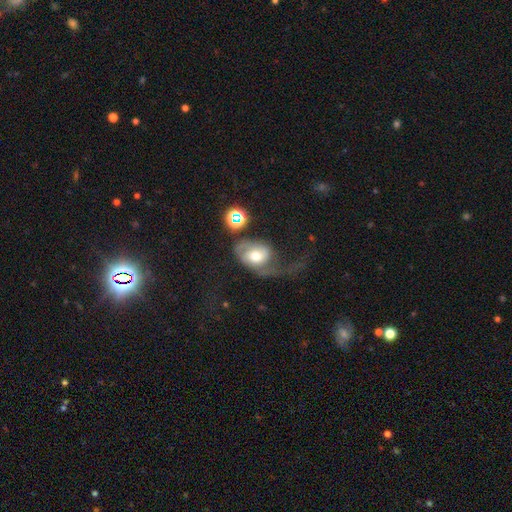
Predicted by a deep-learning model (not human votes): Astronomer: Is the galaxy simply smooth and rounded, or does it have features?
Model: featured or disk — 58% (runner-up: smooth, 34%).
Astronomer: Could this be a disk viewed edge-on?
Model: no — 95%.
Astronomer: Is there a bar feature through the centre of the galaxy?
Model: no — 66%.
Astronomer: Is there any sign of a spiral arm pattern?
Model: yes — 77%.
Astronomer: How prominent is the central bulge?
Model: moderate — 69%.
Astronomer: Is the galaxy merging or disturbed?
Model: major disturbance — 58%.